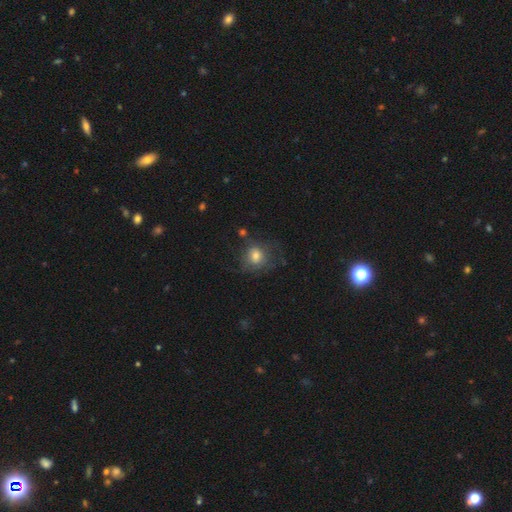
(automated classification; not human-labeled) A smooth galaxy with no disk features (66%) that is round (75%). Merging: none (54%).